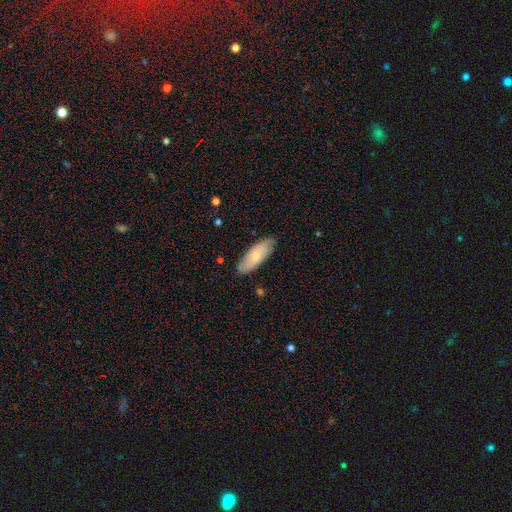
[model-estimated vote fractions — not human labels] This is likely a smooth galaxy (67%). How rounded: likely in between (73%). Merging: clearly none (82%).